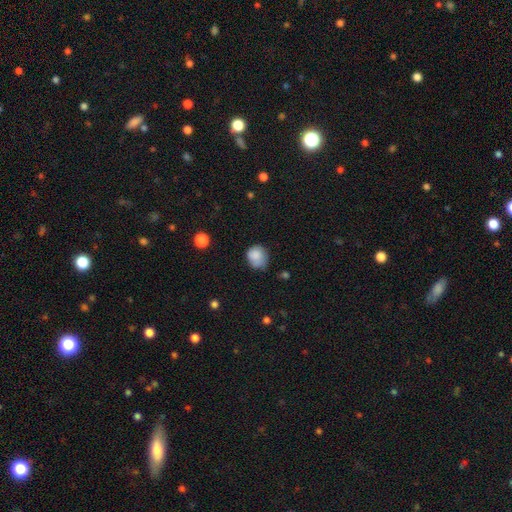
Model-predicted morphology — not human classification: Smooth or featured? Predicted: smooth (p=0.82). How rounded? Predicted: round (p=0.70). Merging? Predicted: none (p=0.51).